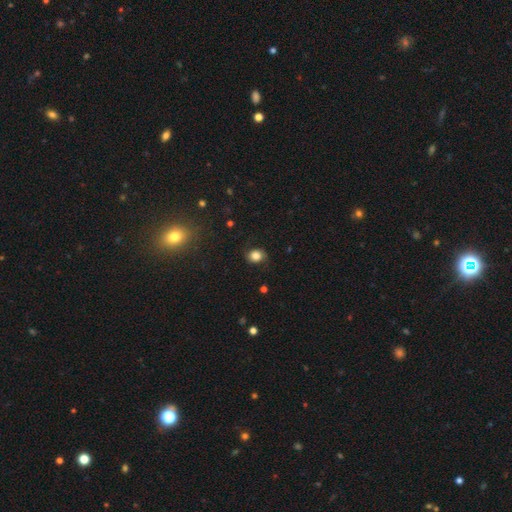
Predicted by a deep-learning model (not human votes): A smooth galaxy with no disk features (73%) that is round (63%).

Vote fractions:
- Smooth or featured? smooth: 73% / featured or disk: 16% / star or artifact: 11%
- How rounded? round: 63% / in between: 36% / cigar-shaped: 1%
- Merging? none: 73% / minor disturbance: 18% / major disturbance: 7% / merger: 1%